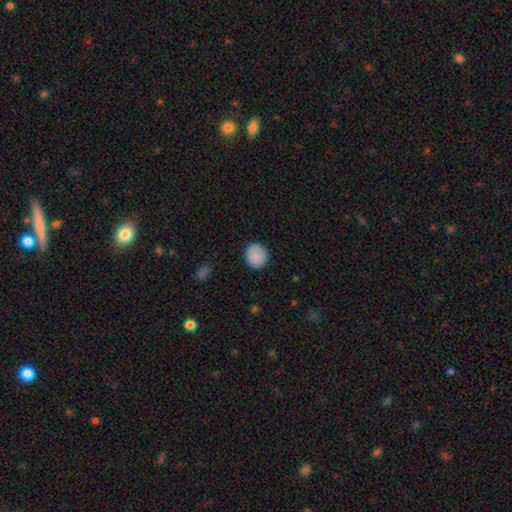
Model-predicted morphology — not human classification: The model was most divided on "how rounded": round: 86%, in between: 13%, cigar-shaped: 1%. More confident: merging — none (89%); smooth or featured — smooth (88%).